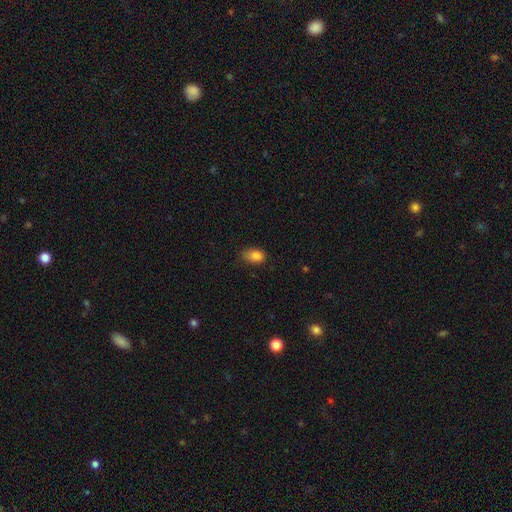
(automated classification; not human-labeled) Morphology: type=smooth (85%); roundness=in between (87%); merging=none (65%).